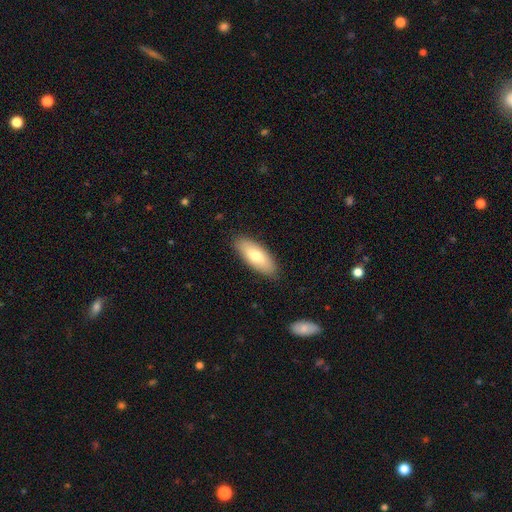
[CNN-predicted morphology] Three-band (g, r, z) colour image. It shows a smooth galaxy with no disk features (73%) that is in between round and cigar-shaped (76%). Merging: none (87%).